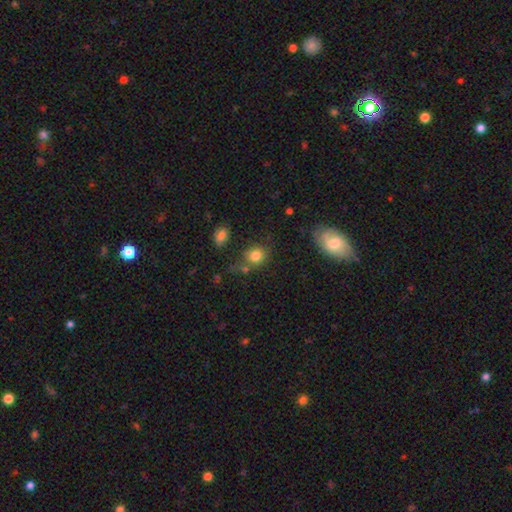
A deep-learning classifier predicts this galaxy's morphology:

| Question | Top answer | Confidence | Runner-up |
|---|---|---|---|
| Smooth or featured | smooth | 81% | star or artifact (12%) |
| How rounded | round | 72% | in between (27%) |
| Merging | none | 66% | minor disturbance (16%) |